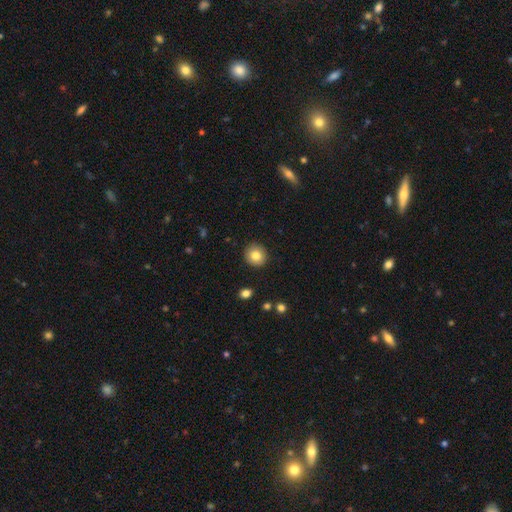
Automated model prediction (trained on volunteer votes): Smooth or featured? Predicted: smooth (p=0.82). How rounded? Predicted: round (p=0.89). Merging? Predicted: none (p=0.91).